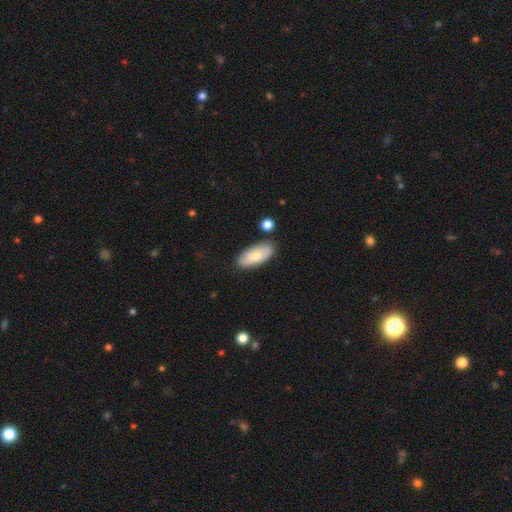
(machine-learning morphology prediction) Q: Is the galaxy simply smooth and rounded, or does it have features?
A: smooth — 70%.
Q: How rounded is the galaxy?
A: in between — 89%.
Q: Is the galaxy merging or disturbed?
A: none — 78%.